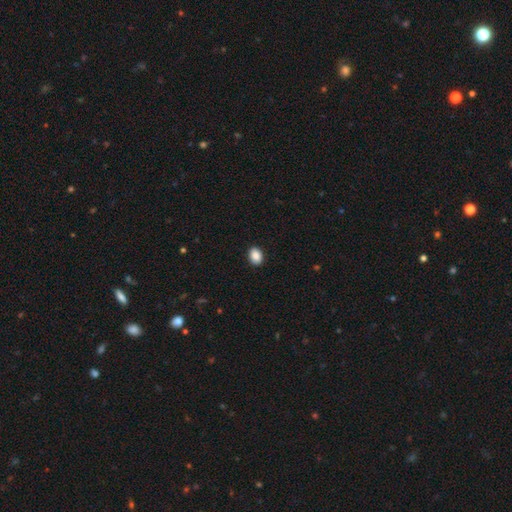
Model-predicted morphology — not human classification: This is clearly a smooth galaxy (89%). How rounded: likely in between (75%). Merging: clearly none (91%).